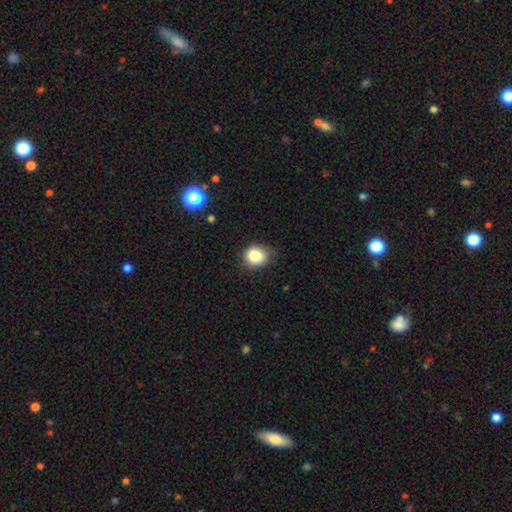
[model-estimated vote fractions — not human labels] This is clearly a smooth galaxy (84%). How rounded: likely round (69%). Merging: likely none (68%).